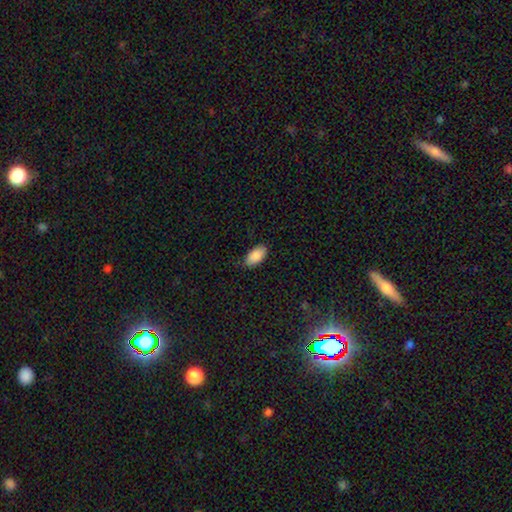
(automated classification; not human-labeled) This appears to be a smooth galaxy with no disk features (89%) that is in between round and cigar-shaped (95%). Merging: none (83%).